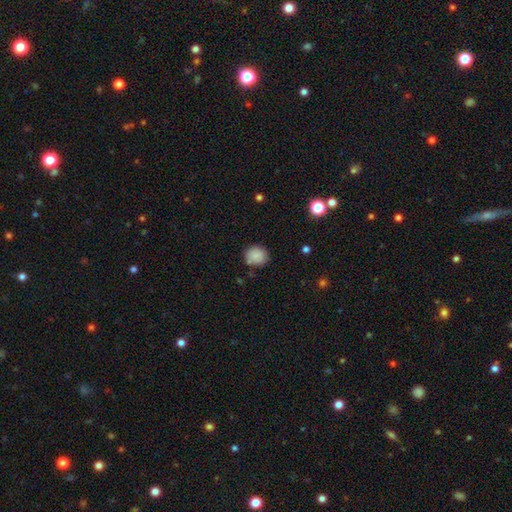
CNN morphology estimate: This appears to be a smooth galaxy with no disk features (86%) that is round (75%). Merging: none (78%).